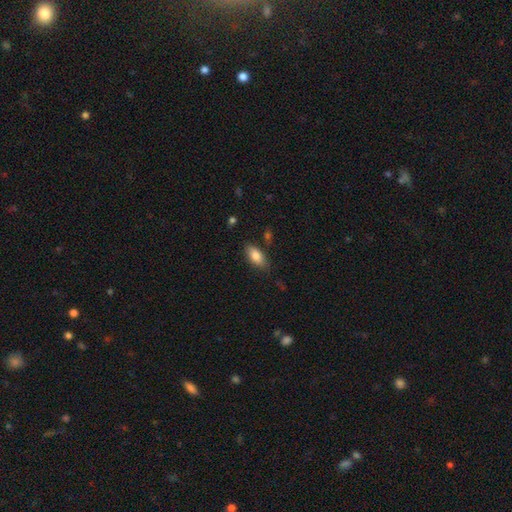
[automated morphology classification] smooth 83%, featured or disk 10%, star or artifact 7%. Down the decision tree: how rounded — in between (88%); merging — none (77%).